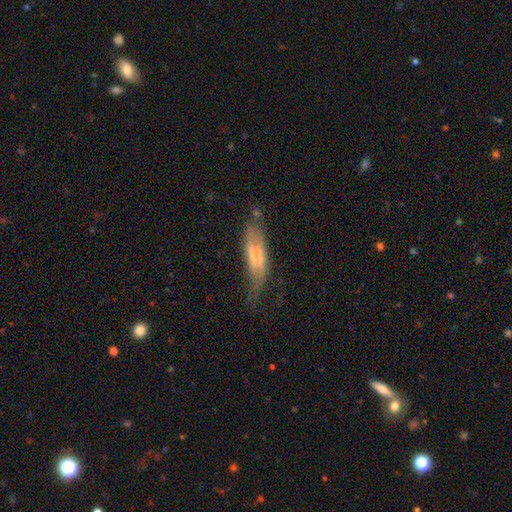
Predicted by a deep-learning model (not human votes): Morphology: type=featured or disk (48%); merging=none (47%).